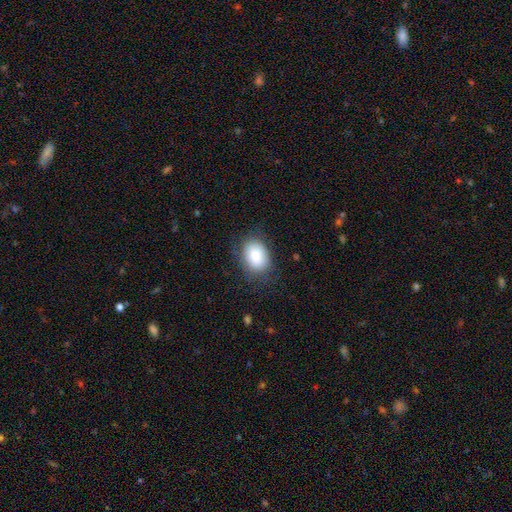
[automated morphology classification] smooth 85%, featured or disk 8%, star or artifact 7%. Down the decision tree: how rounded — in between (73%); merging — none (74%).